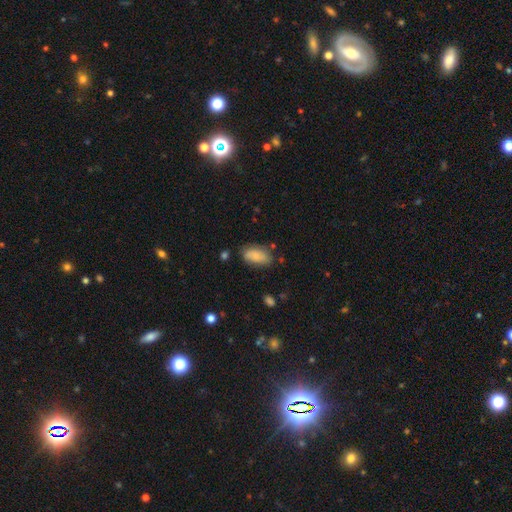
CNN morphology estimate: Smooth or featured: smooth — 81% (featured or disk — 12%)
How rounded: in between — 92% (cigar-shaped — 5%)
Merging: none — 67% (minor disturbance — 24%)